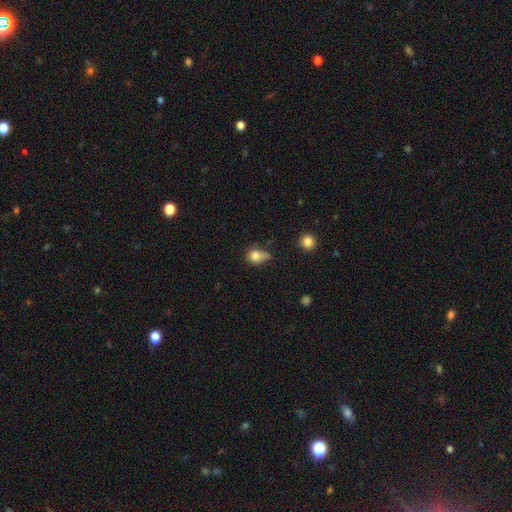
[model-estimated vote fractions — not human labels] Smooth or featured: smooth — 78% (star or artifact — 11%)
How rounded: in between — 51% (round — 46%)
Merging: minor disturbance — 39% (none — 33%)